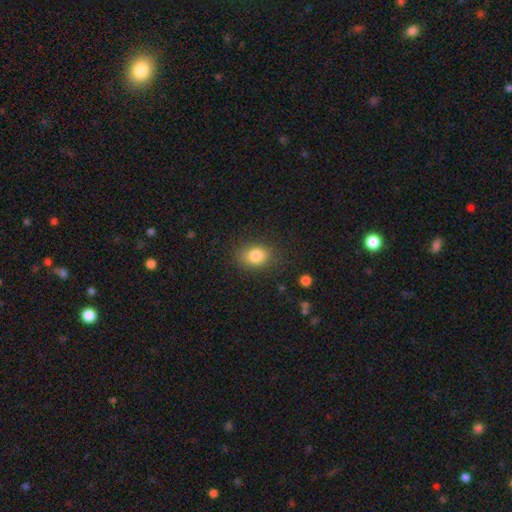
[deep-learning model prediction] Q: Smooth or featured?
A: smooth (82%); runner-up: star or artifact (10%)
Q: How rounded?
A: in between (60%); runner-up: round (39%)
Q: Merging?
A: none (82%); runner-up: minor disturbance (13%)